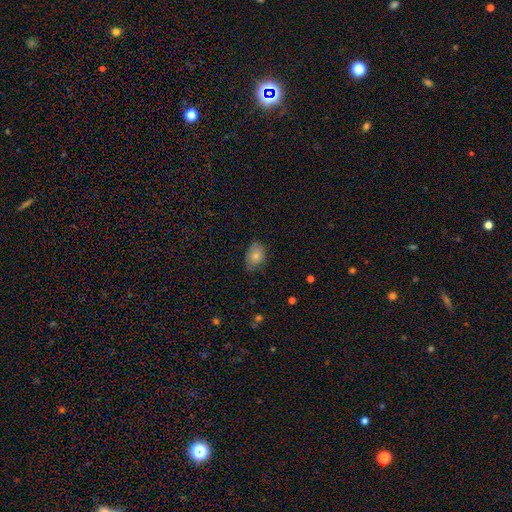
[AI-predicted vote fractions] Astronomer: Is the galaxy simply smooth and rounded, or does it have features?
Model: smooth — 80%.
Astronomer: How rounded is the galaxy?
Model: in between — 79%.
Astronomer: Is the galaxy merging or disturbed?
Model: none — 66%.